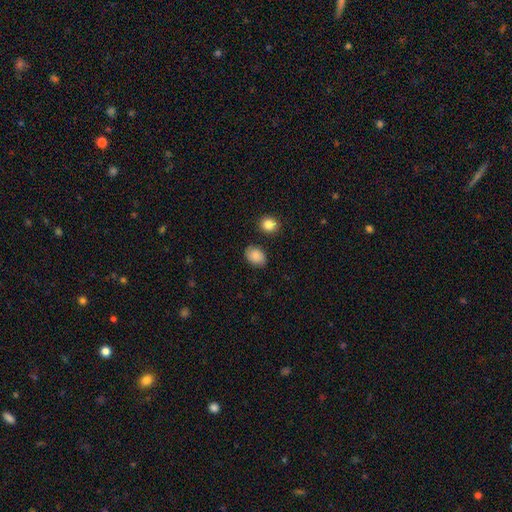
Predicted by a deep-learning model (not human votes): This appears to be a smooth galaxy with no disk features (85%) that is in between round and cigar-shaped (73%). Merging: none (82%).